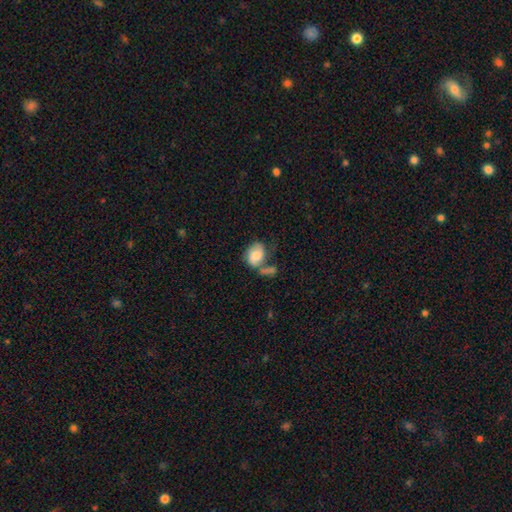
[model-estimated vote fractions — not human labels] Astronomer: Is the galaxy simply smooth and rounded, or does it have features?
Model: smooth — 65%.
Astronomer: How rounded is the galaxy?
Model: in between — 70%.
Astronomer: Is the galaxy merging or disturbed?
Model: merger — 32% (runner-up: none, 29%).